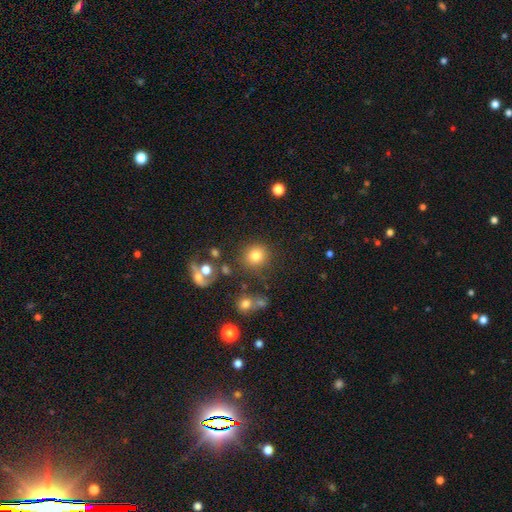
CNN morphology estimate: smooth_or_featured: smooth (p=0.79) [alt: star or artifact p=0.13]
how_rounded: round (p=0.90) [alt: in between p=0.09]
merging: none (p=0.80) [alt: minor disturbance p=0.10]